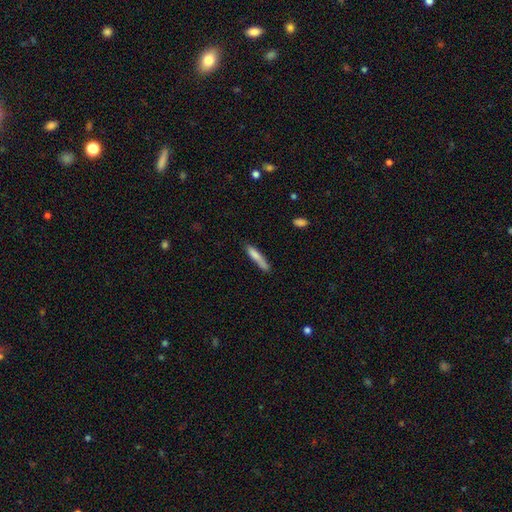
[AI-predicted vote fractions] Smooth or featured? smooth (78%)
How rounded? cigar-shaped (89%)
Merging? none (69%)